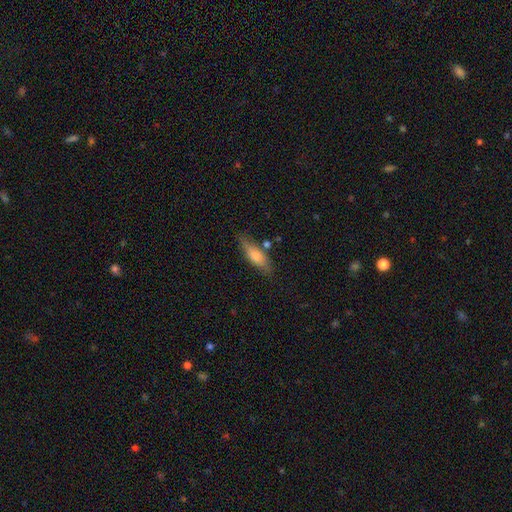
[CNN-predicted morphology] Smooth or featured? smooth (73%)
How rounded? in between (54%)
Merging? none (71%)